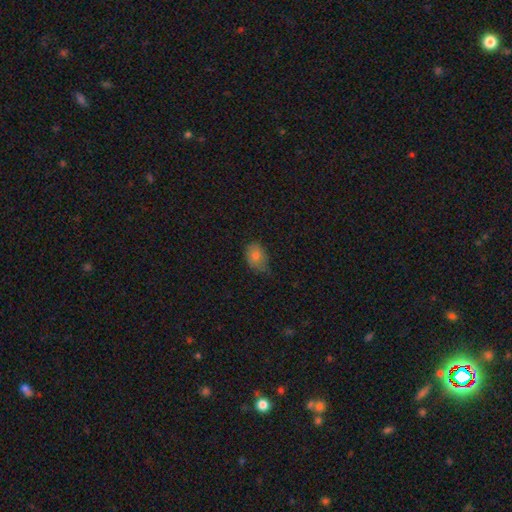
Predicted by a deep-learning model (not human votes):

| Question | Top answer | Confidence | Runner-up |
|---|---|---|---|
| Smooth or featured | smooth | 76% | featured or disk (13%) |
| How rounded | in between | 69% | round (30%) |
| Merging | none | 50% | minor disturbance (39%) |